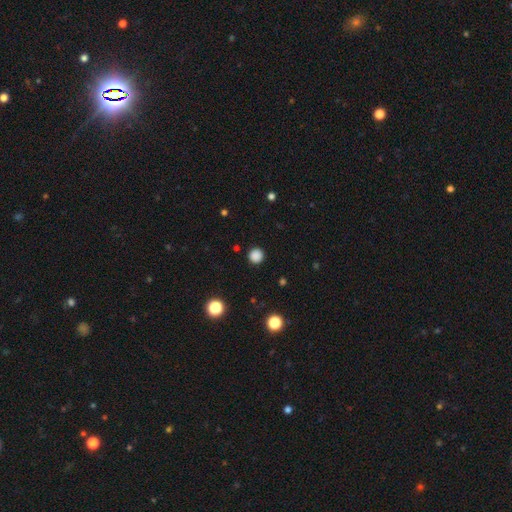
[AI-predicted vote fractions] Overall: smooth (85%). How rounded: round (95%). Merging: none (91%).